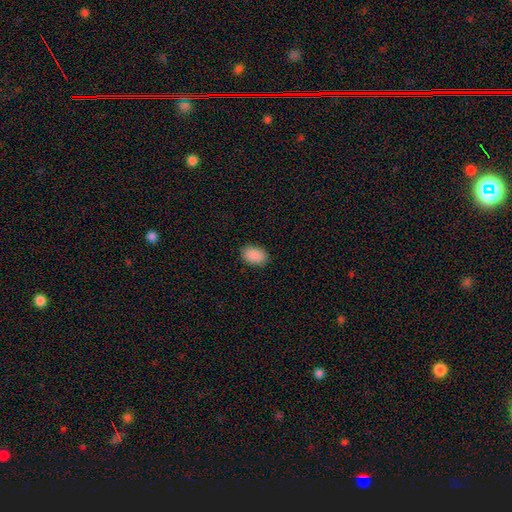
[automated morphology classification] The model was most divided on "how rounded": in between: 87%, round: 12%, cigar-shaped: 1%. More confident: smooth or featured — smooth (90%); merging — none (87%).